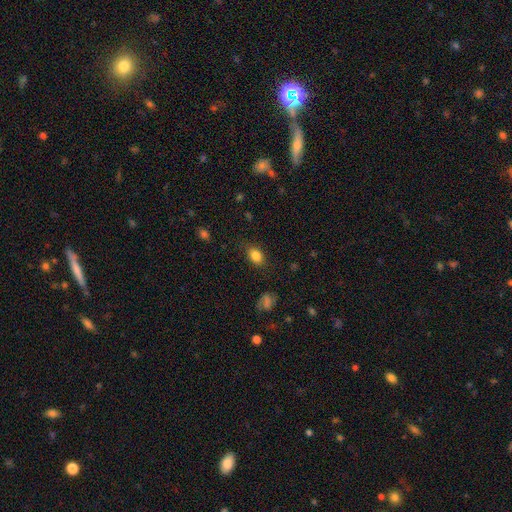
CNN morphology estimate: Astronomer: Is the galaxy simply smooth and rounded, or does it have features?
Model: smooth — 84%.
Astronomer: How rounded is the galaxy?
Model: in between — 77%.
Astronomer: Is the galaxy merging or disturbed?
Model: none — 81%.